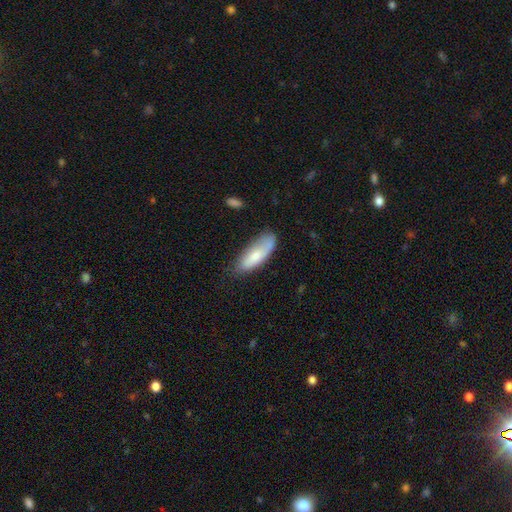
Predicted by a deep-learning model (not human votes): Smooth or featured: smooth — 72% (featured or disk — 22%)
How rounded: in between — 67% (cigar-shaped — 31%)
Merging: none — 57% (minor disturbance — 30%)